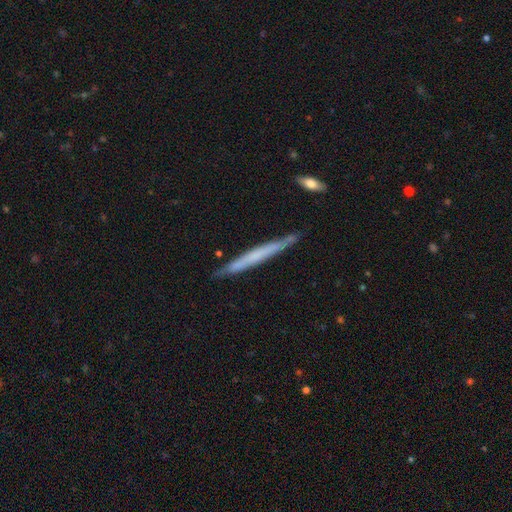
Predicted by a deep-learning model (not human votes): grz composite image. It shows a featured or disk galaxy (49%). Merging: none (83%).